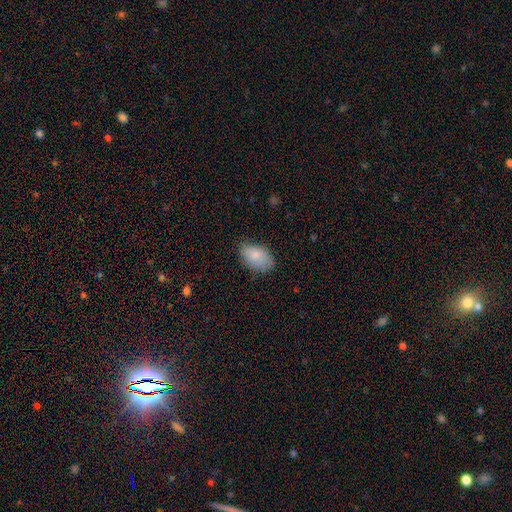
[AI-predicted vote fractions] A smooth galaxy with no disk features (83%) that is in between round and cigar-shaped (92%).

Vote fractions:
- Smooth or featured? smooth: 83% / featured or disk: 11% / star or artifact: 7%
- How rounded? in between: 92% / round: 6% / cigar-shaped: 1%
- Merging? none: 72% / minor disturbance: 23% / major disturbance: 5% / merger: 1%